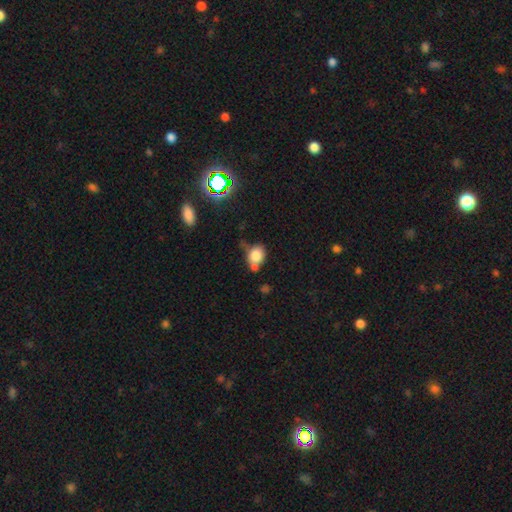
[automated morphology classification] The model was most divided on "merging": none: 40%, merger: 26%, minor disturbance: 24%, major disturbance: 10%. More confident: smooth or featured — smooth (76%); how rounded — round (58%).